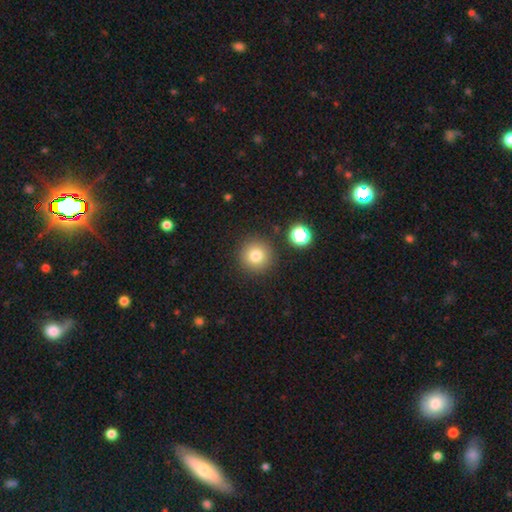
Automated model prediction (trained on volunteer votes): Smooth or featured: smooth — 80% (star or artifact — 12%)
How rounded: round — 95% (in between — 4%)
Merging: none — 87% (minor disturbance — 7%)